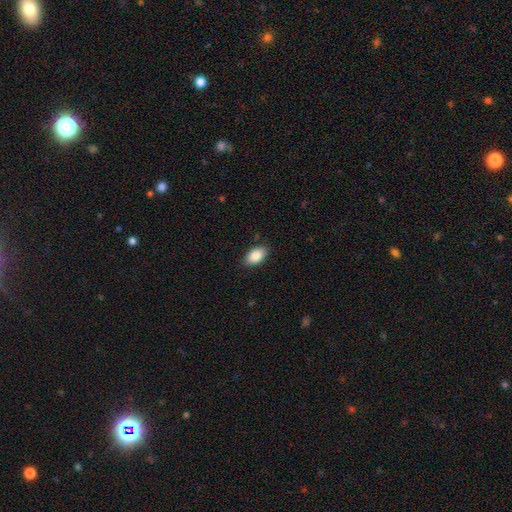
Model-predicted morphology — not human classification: Smooth or featured?
  - smooth: 87% *
  - star or artifact: 7%
  - featured or disk: 6%
How rounded?
  - in between: 93% *
  - round: 6%
  - cigar-shaped: 2%
Merging?
  - none: 86% *
  - minor disturbance: 10%
  - major disturbance: 2%
  - merger: 1%